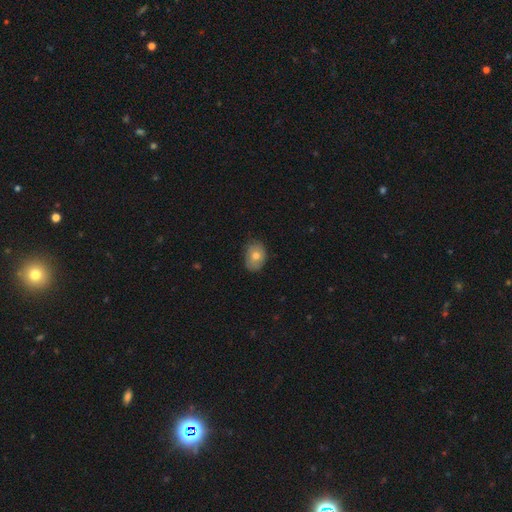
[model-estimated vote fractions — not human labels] This is likely a smooth galaxy (68%). How rounded: likely in between (70%). Merging: likely none (80%).